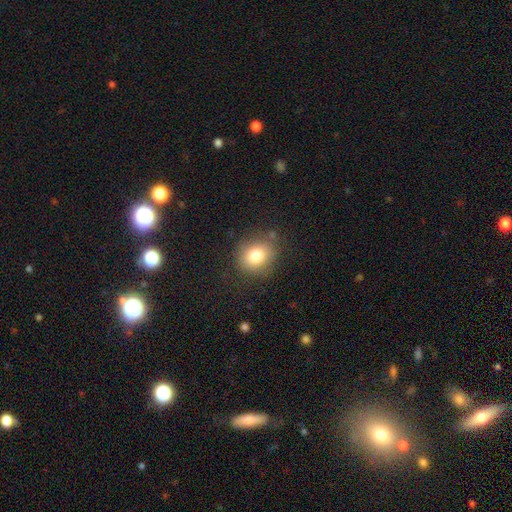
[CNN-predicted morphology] type=smooth (79%); roundness=round (65%); merging=none (80%).